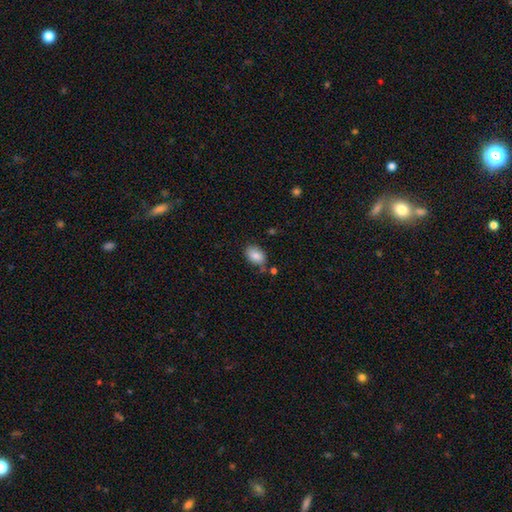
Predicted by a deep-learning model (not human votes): smooth-or-featured: smooth: 85% | star or artifact: 8% | featured or disk: 7%
  how-rounded: in between: 83% | round: 16% | cigar-shaped: 1%
  merging: none: 67% | minor disturbance: 20% | merger: 7% | major disturbance: 5%